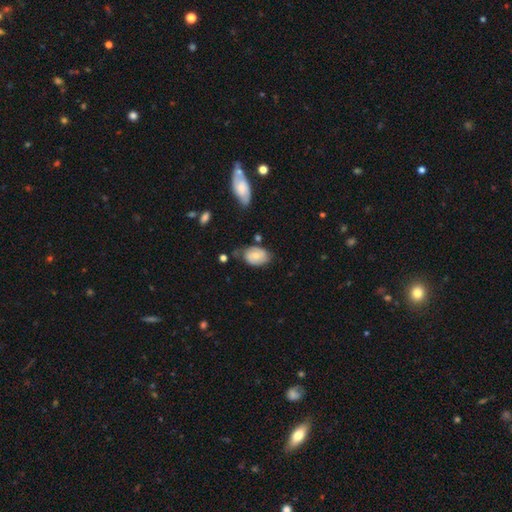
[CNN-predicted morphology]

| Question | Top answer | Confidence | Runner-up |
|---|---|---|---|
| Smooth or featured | smooth | 48% | featured or disk (45%) |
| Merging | none | 57% | minor disturbance (29%) |